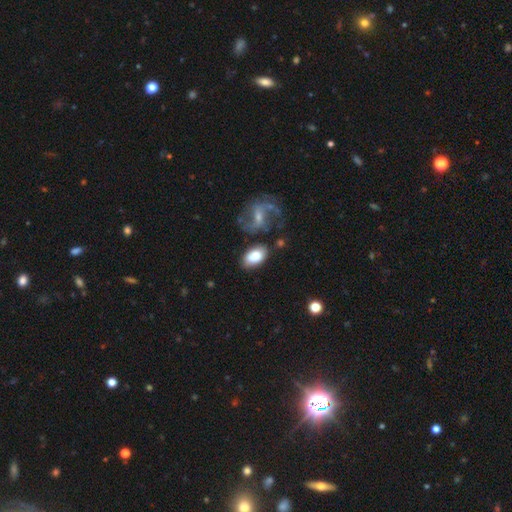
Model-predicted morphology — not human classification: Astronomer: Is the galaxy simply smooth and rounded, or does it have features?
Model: smooth — 75%.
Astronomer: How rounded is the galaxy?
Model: in between — 91%.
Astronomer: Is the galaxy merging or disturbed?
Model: none — 67%.